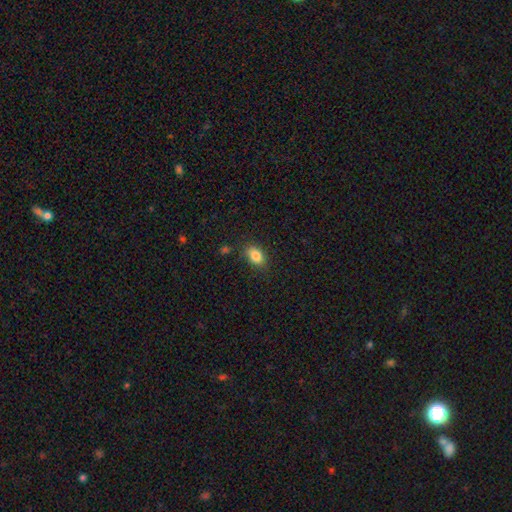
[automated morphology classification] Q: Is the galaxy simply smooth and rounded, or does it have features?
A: smooth — 84%.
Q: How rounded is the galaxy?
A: in between — 82%.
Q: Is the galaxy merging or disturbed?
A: none — 77%.